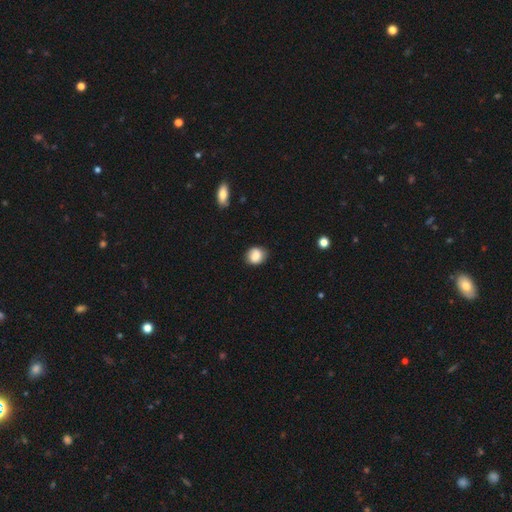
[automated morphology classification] Smooth or featured? Predicted: smooth (p=0.85). How rounded? Predicted: round (p=0.70). Merging? Predicted: none (p=0.79).